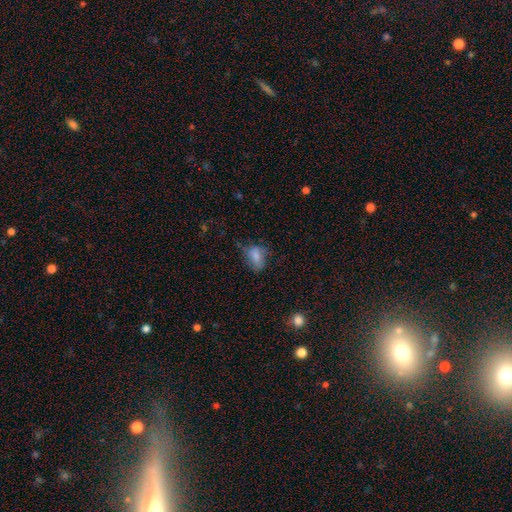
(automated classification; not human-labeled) Morphology: type=smooth (77%); roundness=in between (80%); merging=none (54%).